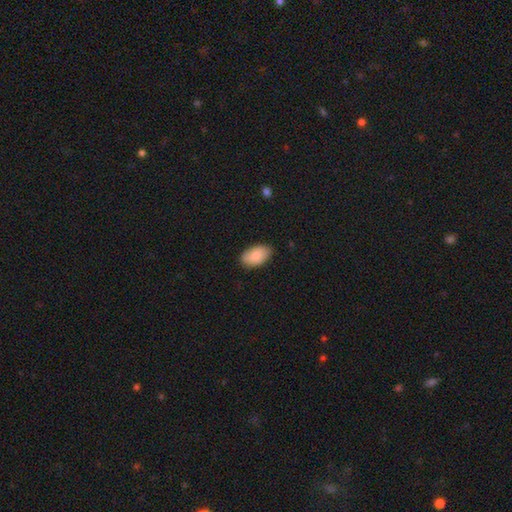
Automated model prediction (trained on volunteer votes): A smooth galaxy with no disk features (88%) that is in between round and cigar-shaped (95%). Merging: none (84%).